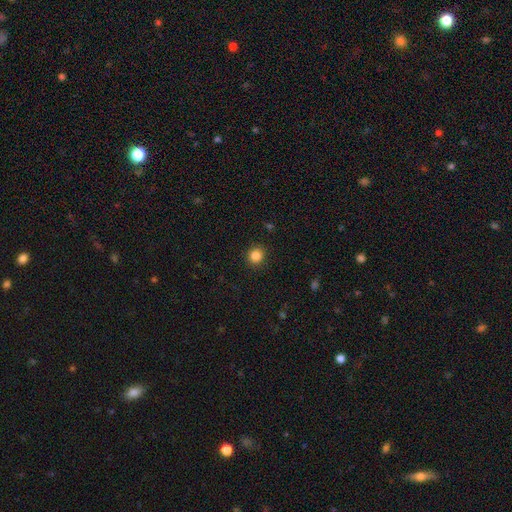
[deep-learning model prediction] This appears to be a smooth galaxy with no disk features (85%) that is round (90%). Merging: none (92%).